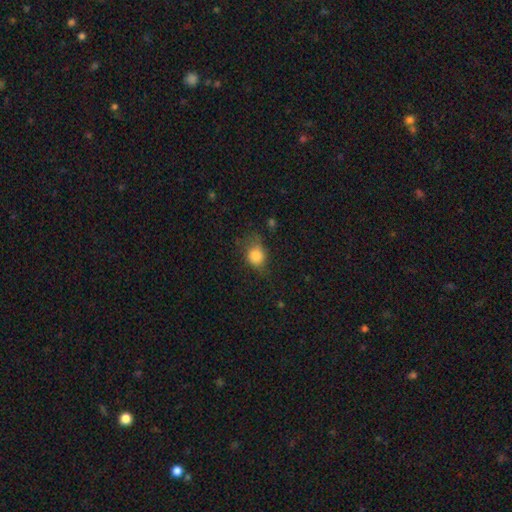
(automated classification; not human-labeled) A smooth galaxy with no disk features (82%) that is round (65%).

Vote fractions:
- Smooth or featured? smooth: 82% / star or artifact: 10% / featured or disk: 8%
- How rounded? round: 65% / in between: 34% / cigar-shaped: 1%
- Merging? none: 56% / minor disturbance: 30% / major disturbance: 13% / merger: 2%